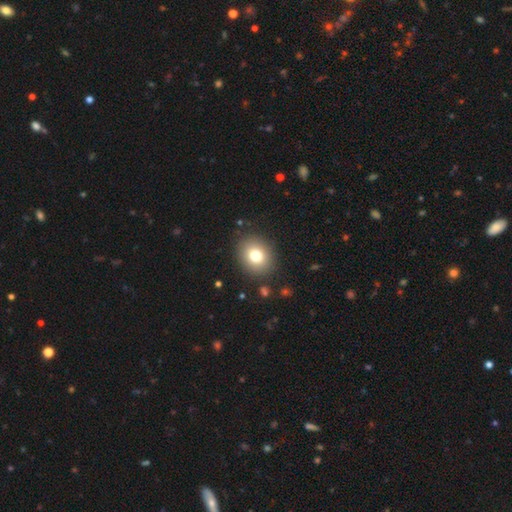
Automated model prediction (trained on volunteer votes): smooth 77%, featured or disk 12%, star or artifact 12%. Down the decision tree: how rounded — round (63%); merging — none (88%).